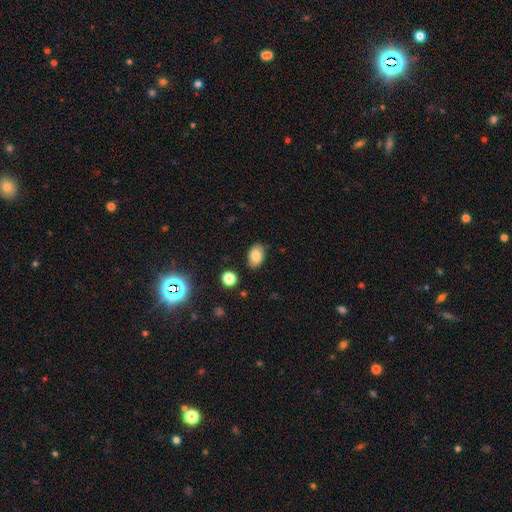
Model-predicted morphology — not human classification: smooth_or_featured: smooth (p=0.82) [alt: star or artifact p=0.09]
how_rounded: in between (p=0.87) [alt: round p=0.12]
merging: none (p=0.84) [alt: minor disturbance p=0.11]